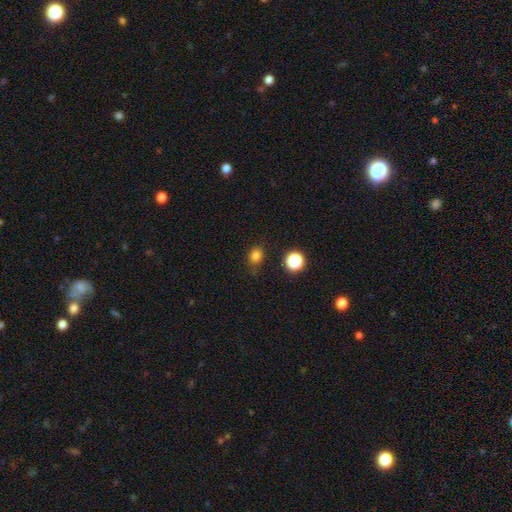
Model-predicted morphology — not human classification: This appears to be a smooth galaxy with no disk features (80%) that is round (59%). Merging: none (76%).